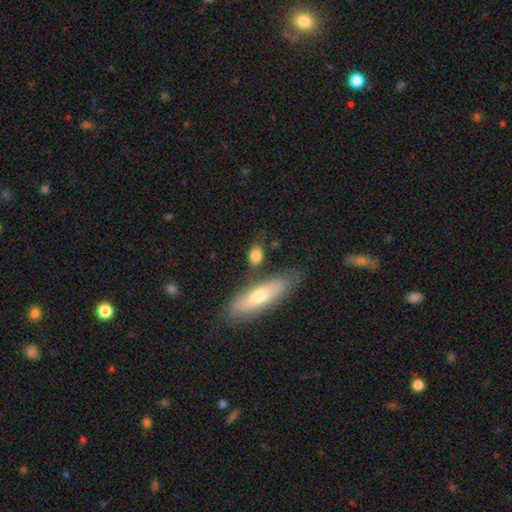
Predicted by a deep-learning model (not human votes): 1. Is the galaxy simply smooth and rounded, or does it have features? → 80% smooth, 12% featured or disk, 8% star or artifact.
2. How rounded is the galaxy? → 65% in between, 21% round, 13% cigar-shaped.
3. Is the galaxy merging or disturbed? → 67% none, 15% minor disturbance, 12% merger, 5% major disturbance.